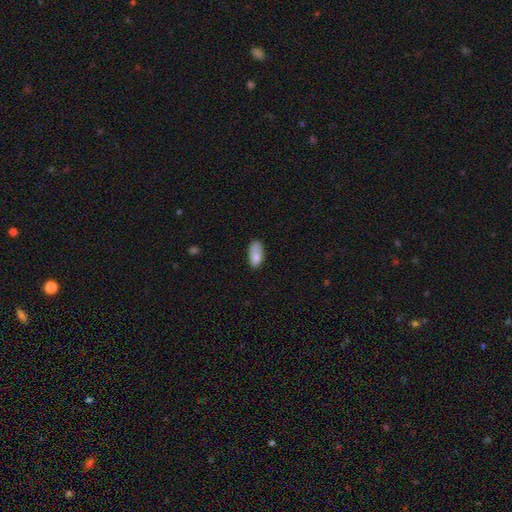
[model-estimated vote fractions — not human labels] A smooth galaxy with no disk features (81%) that is in between round and cigar-shaped (90%). Merging: none (59%).